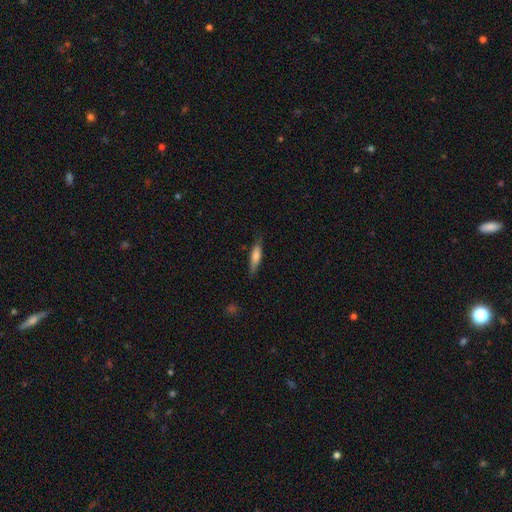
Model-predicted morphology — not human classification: A smooth galaxy with no disk features (65%) that is cigar-shaped (72%). Merging: none (82%).